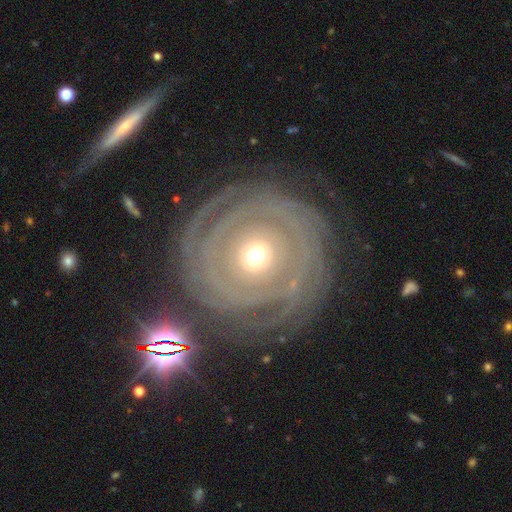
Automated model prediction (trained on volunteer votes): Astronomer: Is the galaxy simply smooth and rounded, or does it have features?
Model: featured or disk — 82%.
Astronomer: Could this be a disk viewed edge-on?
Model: no — 96%.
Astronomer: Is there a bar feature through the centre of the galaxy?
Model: no — 83%.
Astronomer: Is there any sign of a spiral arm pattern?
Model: yes — 79%.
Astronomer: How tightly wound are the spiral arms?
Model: tight — 83%.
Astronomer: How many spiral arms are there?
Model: can't tell — 35% (runner-up: 2, 19%).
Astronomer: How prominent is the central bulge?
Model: small — 47% (runner-up: moderate, 46%).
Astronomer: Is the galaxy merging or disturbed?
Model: none — 77%.